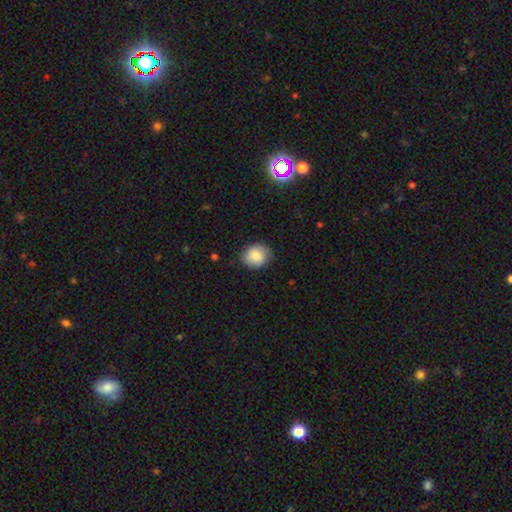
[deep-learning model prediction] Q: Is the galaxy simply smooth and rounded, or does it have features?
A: smooth — 83%.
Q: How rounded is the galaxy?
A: round — 71%.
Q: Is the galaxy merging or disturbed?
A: none — 84%.